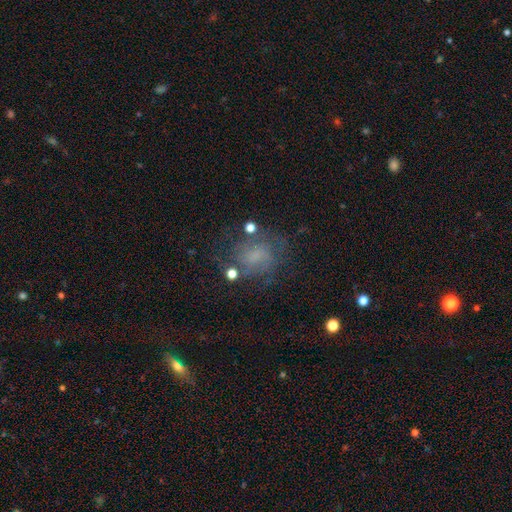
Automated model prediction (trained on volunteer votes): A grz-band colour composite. It shows a smooth galaxy with no disk features (44%). Merging: none (58%).